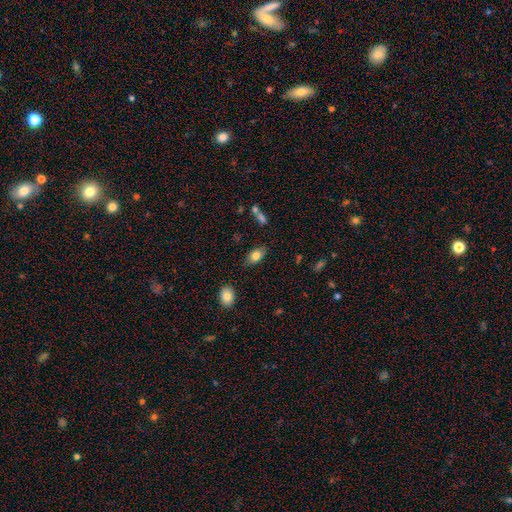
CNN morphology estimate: Overall: smooth (80%). How rounded: in between (90%). Merging: none (81%).